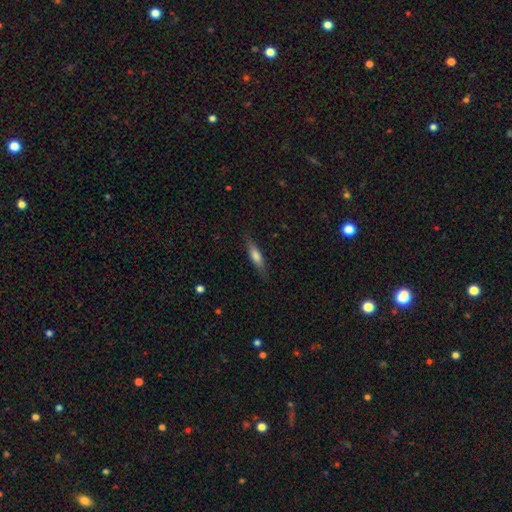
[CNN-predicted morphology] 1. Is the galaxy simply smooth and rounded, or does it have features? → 67% smooth, 26% featured or disk, 6% star or artifact.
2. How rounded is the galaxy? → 70% cigar-shaped, 28% in between, 2% round.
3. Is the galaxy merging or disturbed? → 83% none, 13% minor disturbance, 3% major disturbance, 1% merger.